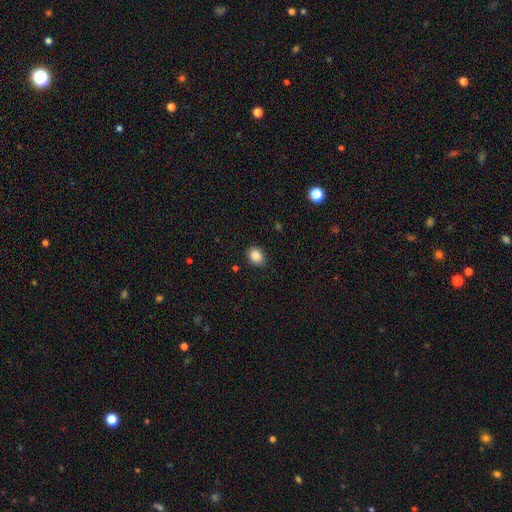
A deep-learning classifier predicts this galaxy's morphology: smooth 87%, star or artifact 9%, featured or disk 4%. Down the decision tree: how rounded — in between (54%); merging — none (83%).